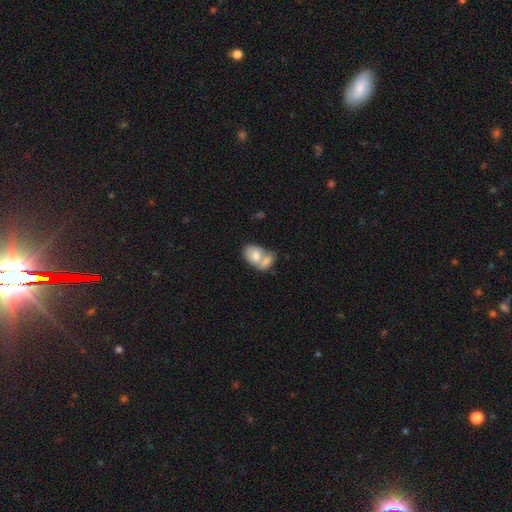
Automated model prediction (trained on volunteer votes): This appears to be a smooth galaxy with no disk features (72%) that is in between round and cigar-shaped (79%). Merging: merger (70%).